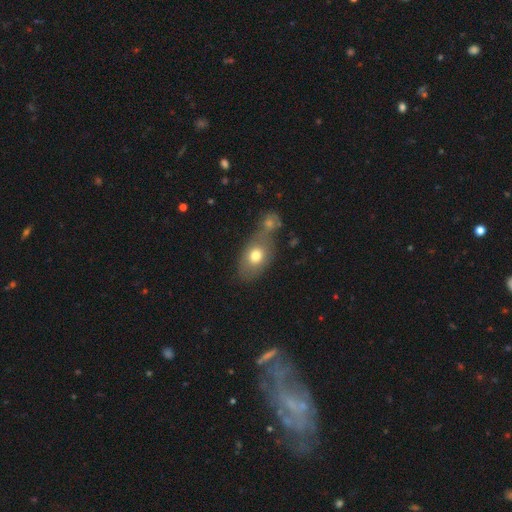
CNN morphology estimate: A smooth galaxy with no disk features (73%) that is in between round and cigar-shaped (77%).

Vote fractions:
- Smooth or featured? smooth: 73% / featured or disk: 18% / star or artifact: 9%
- How rounded? in between: 77% / round: 21% / cigar-shaped: 2%
- Merging? merger: 43% / none: 39% / minor disturbance: 12% / major disturbance: 7%